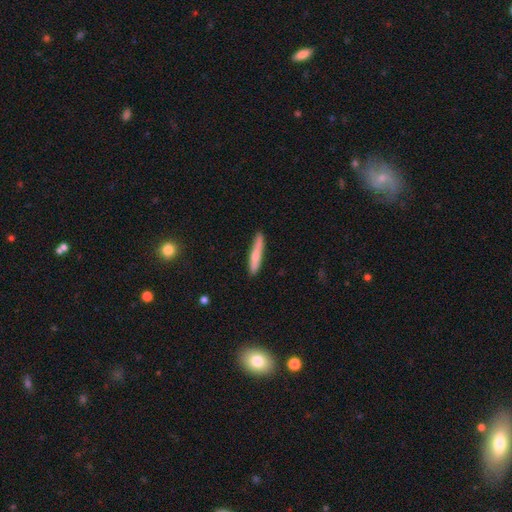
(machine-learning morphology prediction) Smooth or featured: smooth — 66% (featured or disk — 28%)
How rounded: cigar-shaped — 92% (in between — 6%)
Merging: none — 86% (minor disturbance — 11%)